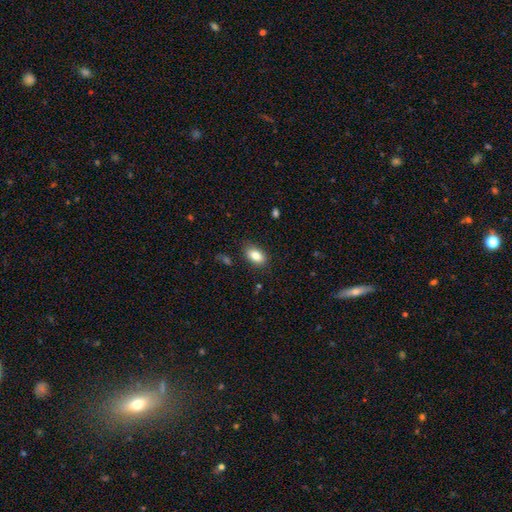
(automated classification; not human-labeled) This is clearly a smooth galaxy (85%). How rounded: clearly in between (90%). Merging: clearly none (83%).